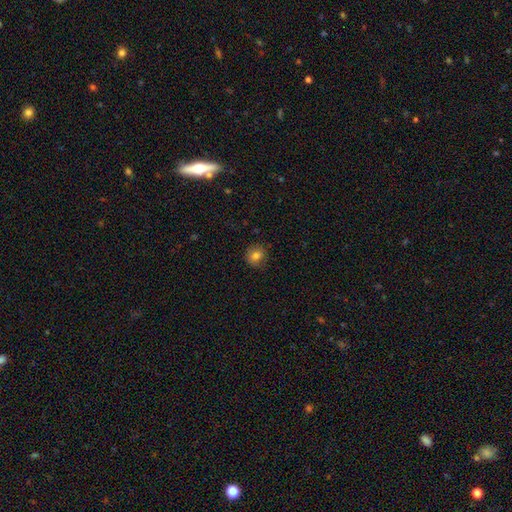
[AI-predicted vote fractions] Smooth or featured? Predicted: smooth (p=0.80). How rounded? Predicted: round (p=0.85). Merging? Predicted: none (p=0.83).